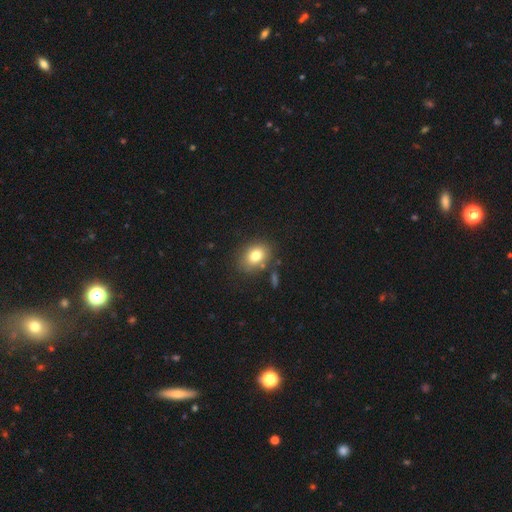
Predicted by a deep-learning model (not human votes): smooth 78%, featured or disk 11%, star or artifact 10%. Down the decision tree: how rounded — in between (63%); merging — none (78%).